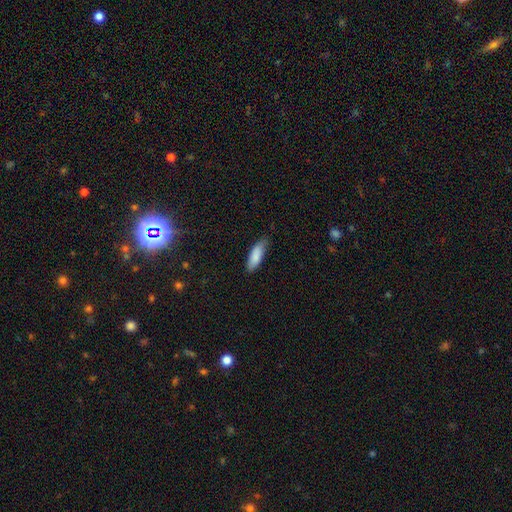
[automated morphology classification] The model was most divided on "how rounded": in between: 62%, cigar-shaped: 37%, round: 2%. More confident: smooth or featured — smooth (87%); merging — none (72%).